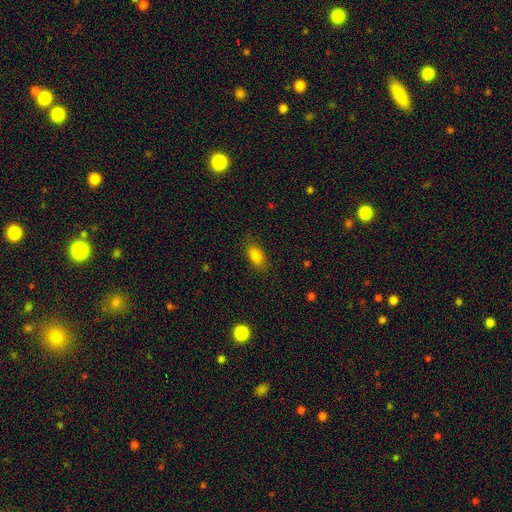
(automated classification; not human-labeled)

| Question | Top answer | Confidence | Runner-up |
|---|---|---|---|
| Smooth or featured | smooth | 84% | star or artifact (9%) |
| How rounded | in between | 88% | cigar-shaped (6%) |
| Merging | none | 84% | minor disturbance (12%) |